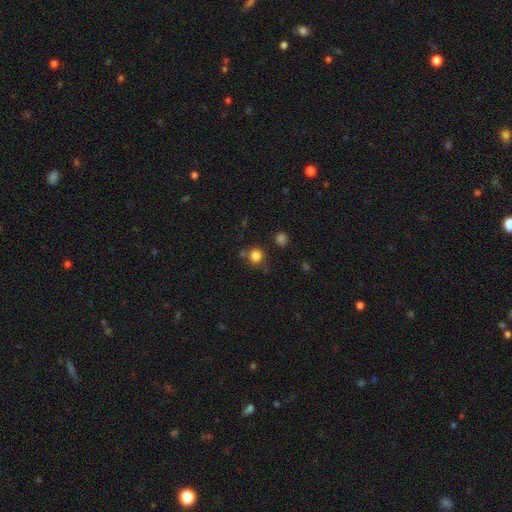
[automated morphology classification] type=smooth (82%); roundness=round (88%); merging=none (70%).